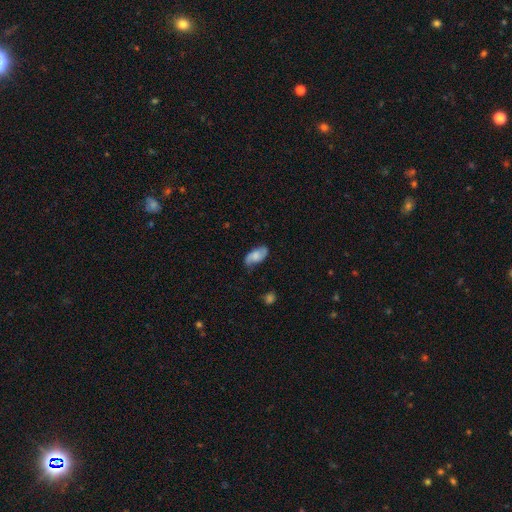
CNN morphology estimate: smooth 52%, featured or disk 40%, star or artifact 8%. Down the decision tree: how rounded — in between (91%); merging — none (73%).